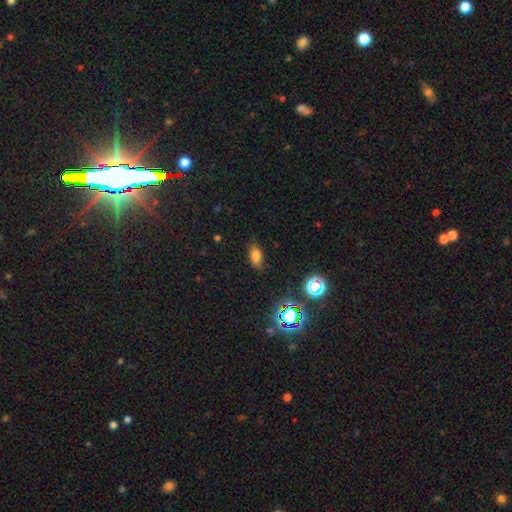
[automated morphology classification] The model was most divided on "smooth or featured": smooth: 74%, star or artifact: 17%, featured or disk: 9%. More confident: how rounded — in between (87%); merging — none (82%).